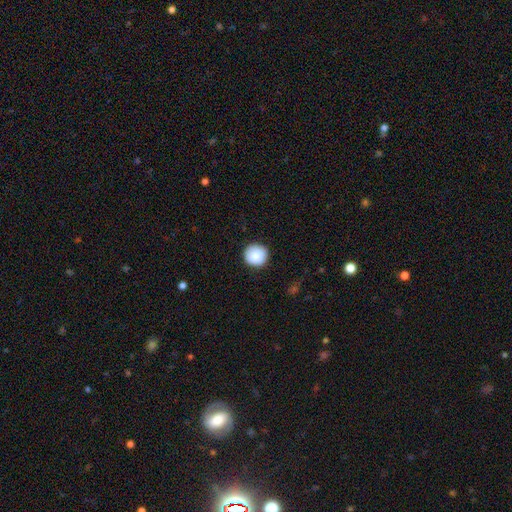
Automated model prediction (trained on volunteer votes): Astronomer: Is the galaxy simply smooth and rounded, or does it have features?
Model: smooth — 89%.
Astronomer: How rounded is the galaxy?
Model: round — 96%.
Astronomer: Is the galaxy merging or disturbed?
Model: none — 90%.